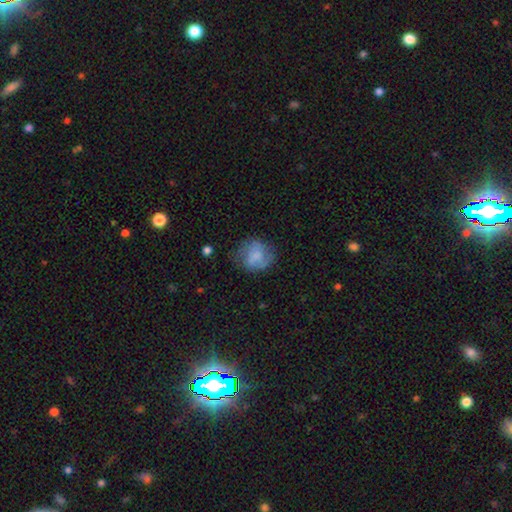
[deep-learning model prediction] Q: Smooth or featured?
A: smooth (64%); runner-up: featured or disk (28%)
Q: How rounded?
A: round (72%); runner-up: in between (27%)
Q: Merging?
A: none (57%); runner-up: minor disturbance (27%)